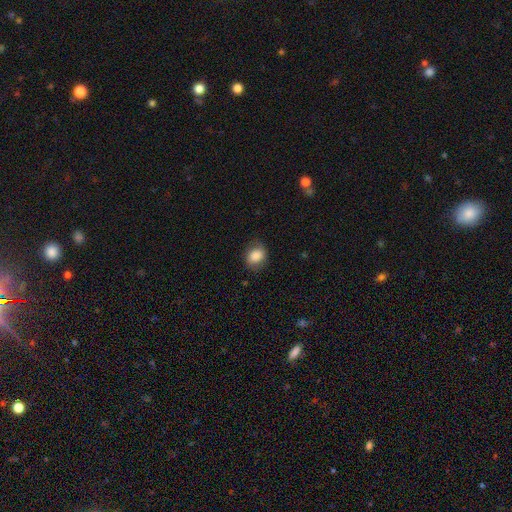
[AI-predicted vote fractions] smooth 84%, featured or disk 8%, star or artifact 8%. Down the decision tree: how rounded — in between (54%); merging — none (77%).